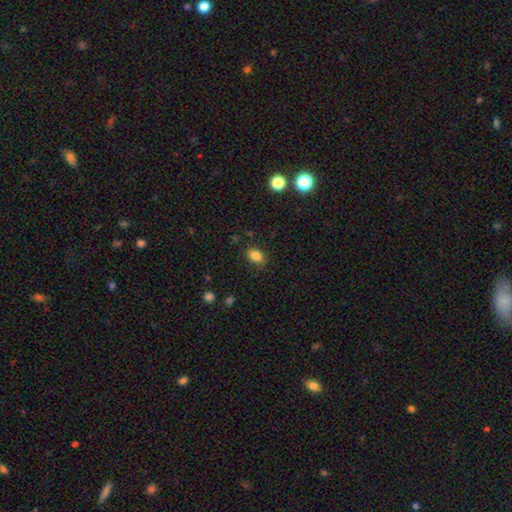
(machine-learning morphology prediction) Smooth or featured: smooth — 84% (star or artifact — 11%)
How rounded: in between — 74% (round — 24%)
Merging: none — 82% (minor disturbance — 13%)